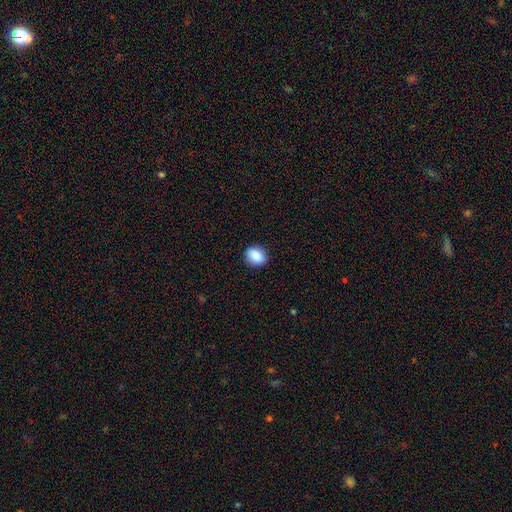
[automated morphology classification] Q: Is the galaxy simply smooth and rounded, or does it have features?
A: smooth — 88%.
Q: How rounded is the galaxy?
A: round — 54%.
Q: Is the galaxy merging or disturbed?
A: none — 88%.